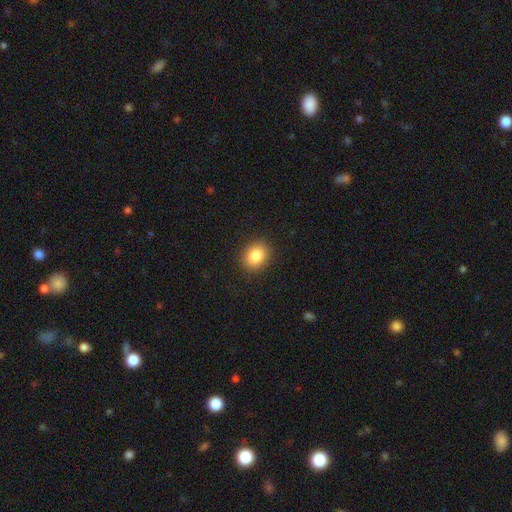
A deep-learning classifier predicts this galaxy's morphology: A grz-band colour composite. It shows a smooth galaxy with no disk features (85%) that is in between round and cigar-shaped (50%). Merging: none (89%).